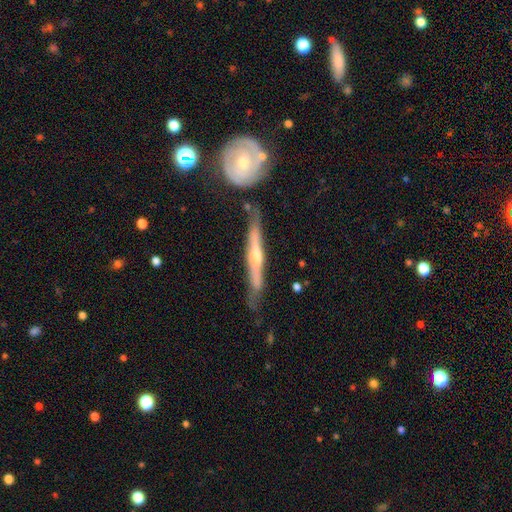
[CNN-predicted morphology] Smooth or featured? Predicted: featured or disk (p=0.74). Edge-on disk? Predicted: yes (p=0.93). Edge-on bulge? Predicted: rounded (p=0.70). Merging? Predicted: none (p=0.68).